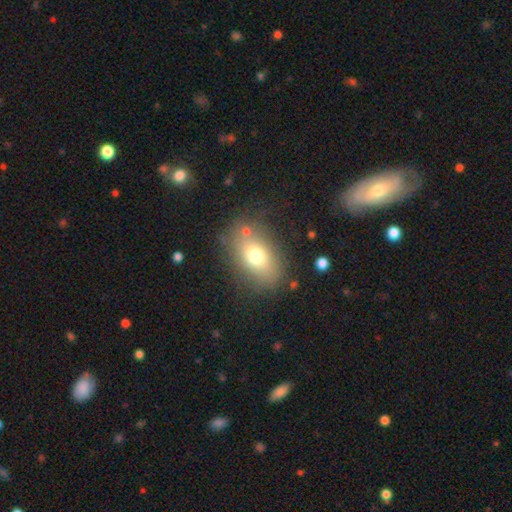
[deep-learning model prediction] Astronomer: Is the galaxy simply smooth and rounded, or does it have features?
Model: smooth — 71%.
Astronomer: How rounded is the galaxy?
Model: in between — 82%.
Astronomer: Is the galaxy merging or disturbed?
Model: none — 76%.